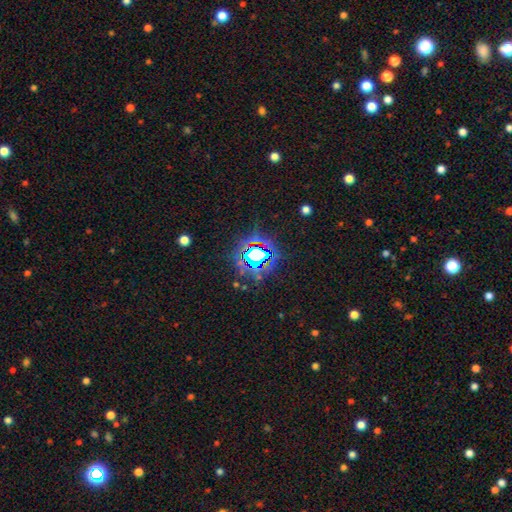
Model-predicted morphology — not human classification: Smooth or featured?
  - star or artifact: 76% *
  - smooth: 15%
  - featured or disk: 10%